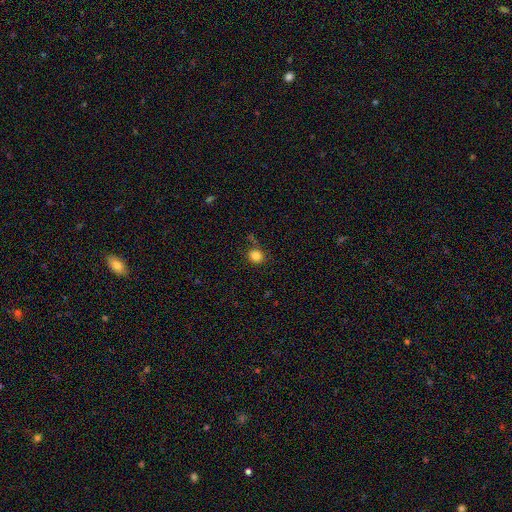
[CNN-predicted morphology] A smooth galaxy with no disk features (84%) that is round (81%). Merging: none (81%).